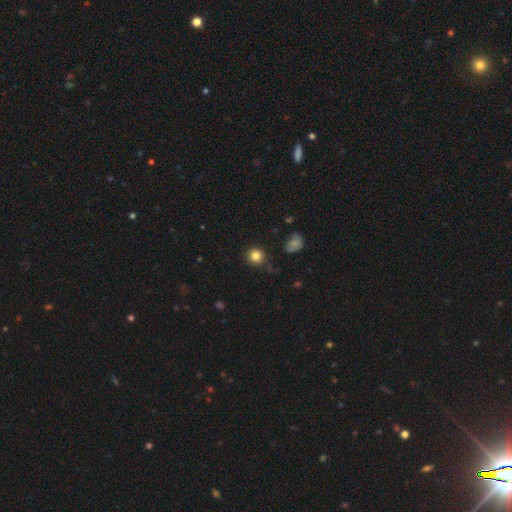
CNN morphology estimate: This is clearly a smooth galaxy (83%). How rounded: clearly round (89%). Merging: clearly none (83%).